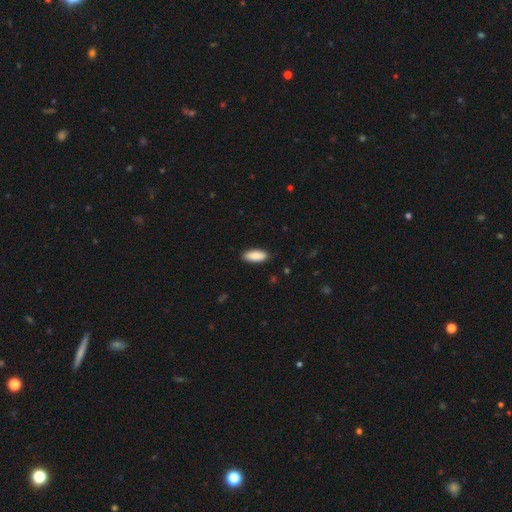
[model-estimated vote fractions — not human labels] Smooth or featured? smooth (88%)
How rounded? in between (80%)
Merging? none (88%)